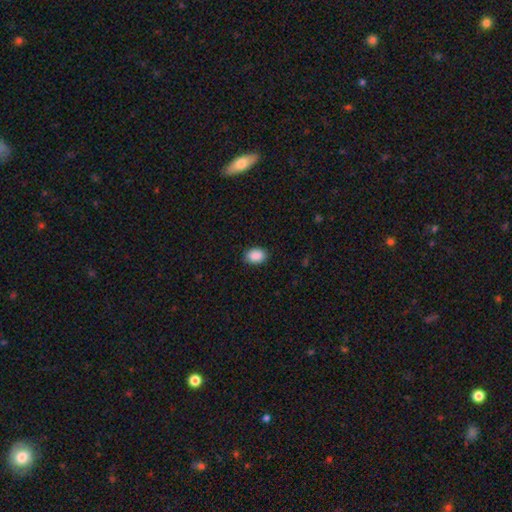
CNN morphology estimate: Q: Smooth or featured?
A: smooth (90%); runner-up: star or artifact (8%)
Q: How rounded?
A: in between (78%); runner-up: round (21%)
Q: Merging?
A: none (88%); runner-up: minor disturbance (9%)